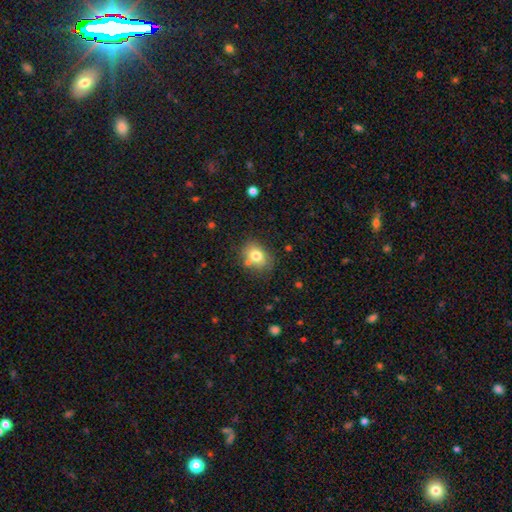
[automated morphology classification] Smooth or featured: smooth — 78% (featured or disk — 12%)
How rounded: in between — 56% (round — 43%)
Merging: none — 71% (minor disturbance — 15%)